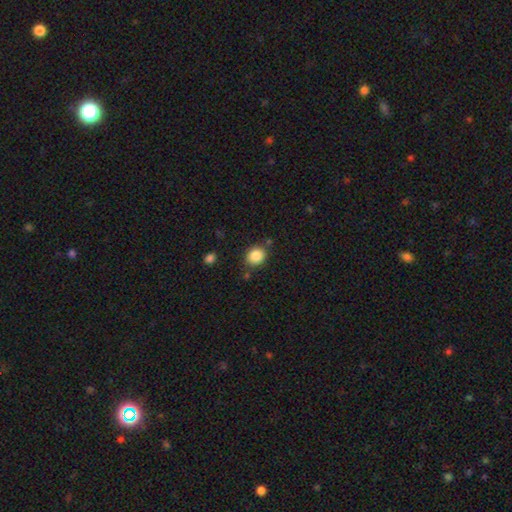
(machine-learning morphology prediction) Overall: smooth (86%). How rounded: round (67%; in between 32%). Merging: none (80%).